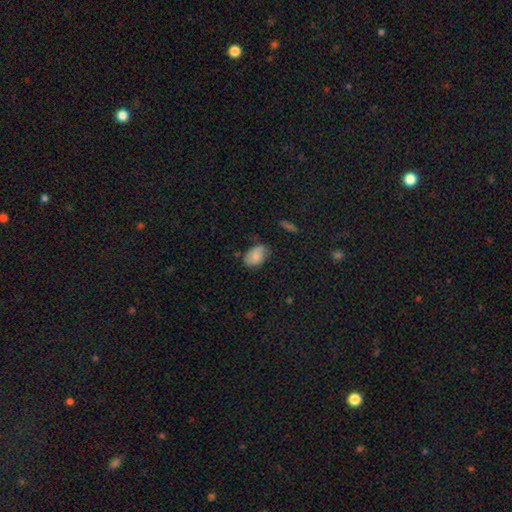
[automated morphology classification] Q: Smooth or featured?
A: smooth (77%); runner-up: featured or disk (15%)
Q: How rounded?
A: in between (89%); runner-up: round (10%)
Q: Merging?
A: none (62%); runner-up: minor disturbance (29%)